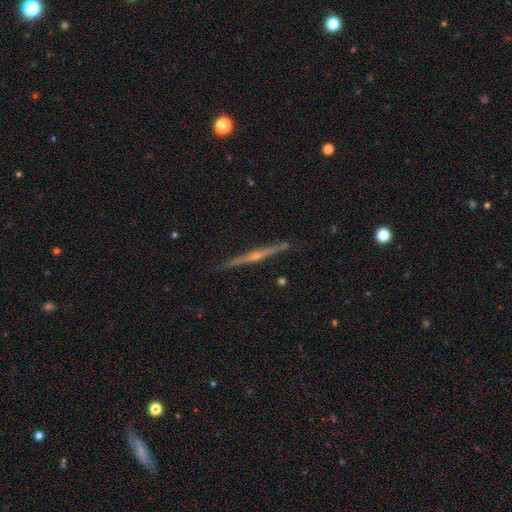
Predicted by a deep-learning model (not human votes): A featured or disk galaxy (85%) viewed edge-on (99%) with a rounded central bulge (88%). Merging: none (91%).